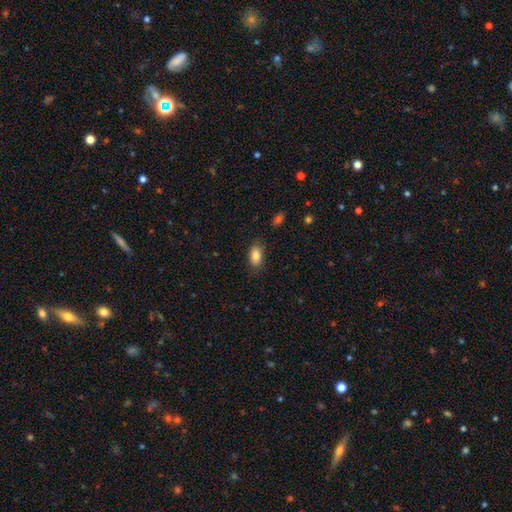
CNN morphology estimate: This appears to be a smooth galaxy with no disk features (85%) that is in between round and cigar-shaped (90%). Merging: none (83%).